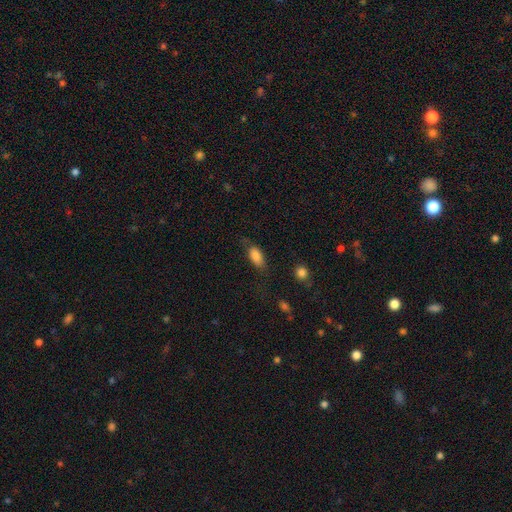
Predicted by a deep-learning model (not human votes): Smooth or featured: smooth — 82% (featured or disk — 10%)
How rounded: in between — 86% (cigar-shaped — 10%)
Merging: none — 61% (minor disturbance — 24%)